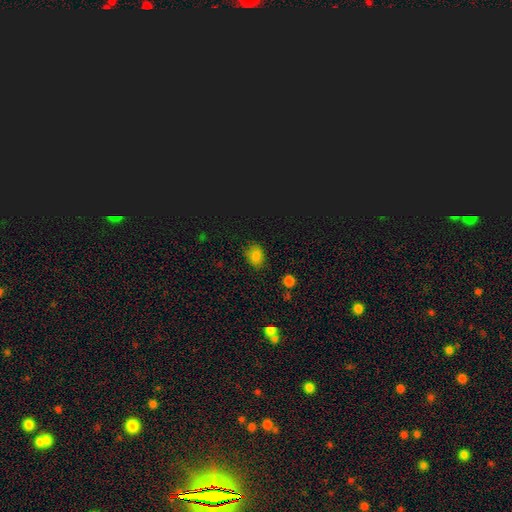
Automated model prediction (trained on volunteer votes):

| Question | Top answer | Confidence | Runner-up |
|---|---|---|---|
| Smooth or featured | smooth | 78% | star or artifact (17%) |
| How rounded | in between | 60% | round (39%) |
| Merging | none | 80% | minor disturbance (15%) |